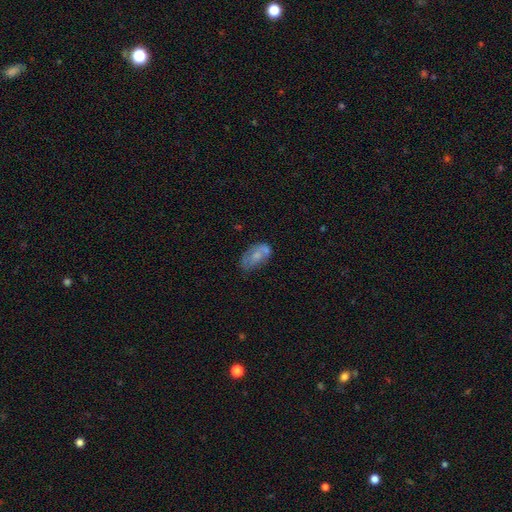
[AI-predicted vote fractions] Smooth or featured: smooth — 58% (featured or disk — 34%)
How rounded: in between — 91% (round — 6%)
Merging: none — 40% (minor disturbance — 28%)